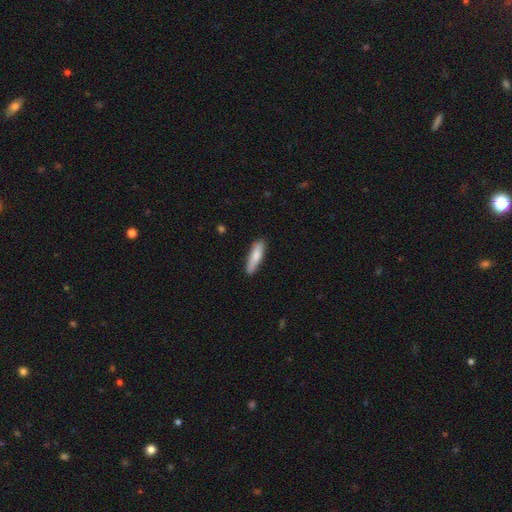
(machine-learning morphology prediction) Smooth or featured?
  - smooth: 78% *
  - featured or disk: 16%
  - star or artifact: 5%
How rounded?
  - cigar-shaped: 71% *
  - in between: 28%
  - round: 2%
Merging?
  - none: 82% *
  - minor disturbance: 14%
  - major disturbance: 2%
  - merger: 1%